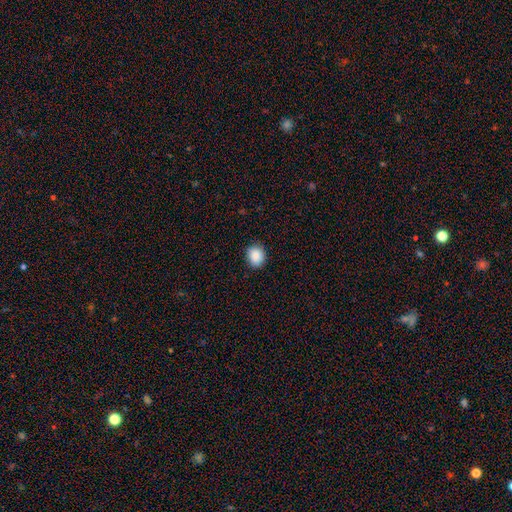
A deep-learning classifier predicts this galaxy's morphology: Smooth or featured?
  - smooth: 88% *
  - star or artifact: 8%
  - featured or disk: 4%
How rounded?
  - round: 68% *
  - in between: 31%
  - cigar-shaped: 1%
Merging?
  - none: 86% *
  - minor disturbance: 11%
  - major disturbance: 2%
  - merger: 1%